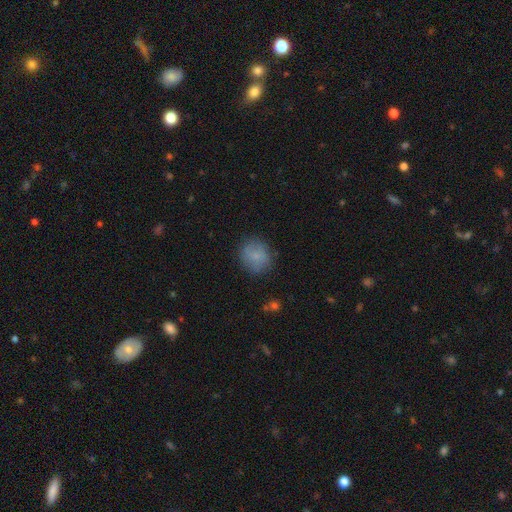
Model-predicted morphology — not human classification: The model was most divided on "how rounded": round: 76%, in between: 23%, cigar-shaped: 1%. More confident: merging — none (79%); smooth or featured — smooth (76%).